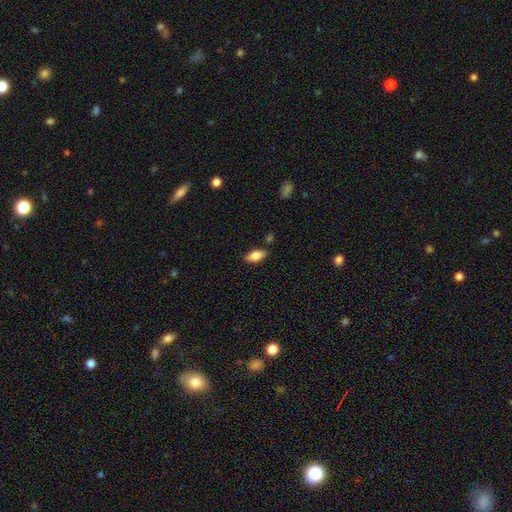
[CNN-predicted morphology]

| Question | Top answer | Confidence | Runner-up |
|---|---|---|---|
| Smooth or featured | smooth | 80% | featured or disk (13%) |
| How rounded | in between | 89% | cigar-shaped (8%) |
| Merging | none | 82% | minor disturbance (13%) |